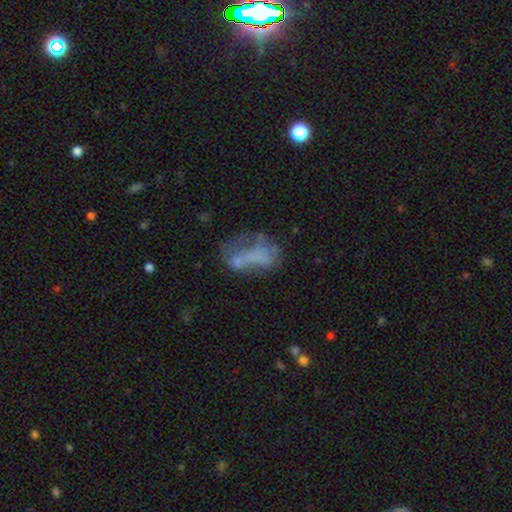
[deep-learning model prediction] A featured or disk galaxy (43%).

Vote fractions:
- Smooth or featured? featured or disk: 43% / smooth: 41% / star or artifact: 16%
- Merging? major disturbance: 34% / none: 28% / merger: 20% / minor disturbance: 18%